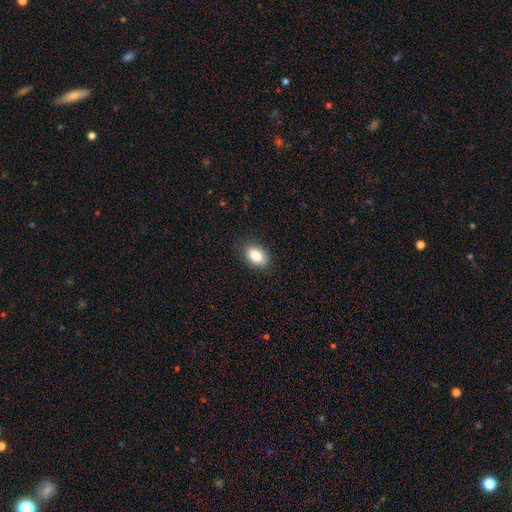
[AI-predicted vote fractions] This is clearly a smooth galaxy (87%). How rounded: clearly in between (85%). Merging: clearly none (84%).